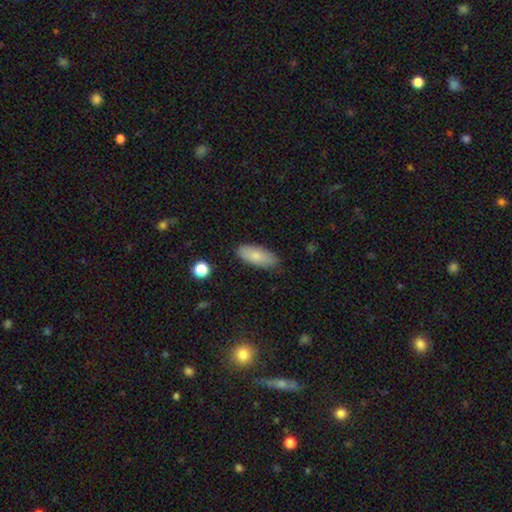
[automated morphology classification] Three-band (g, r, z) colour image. It shows a smooth galaxy with no disk features (79%) that is in between round and cigar-shaped (83%). Merging: none (84%).